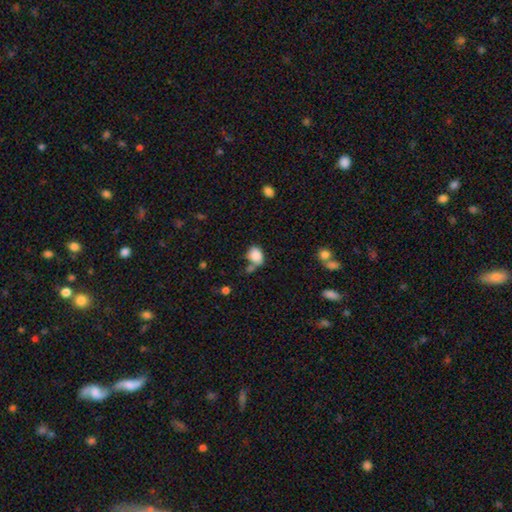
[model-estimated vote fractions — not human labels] A smooth galaxy with no disk features (85%) that is in between round and cigar-shaped (70%).

Vote fractions:
- Smooth or featured? smooth: 85% / star or artifact: 9% / featured or disk: 6%
- How rounded? in between: 70% / round: 28% / cigar-shaped: 1%
- Merging? none: 51% / merger: 21% / minor disturbance: 21% / major disturbance: 7%